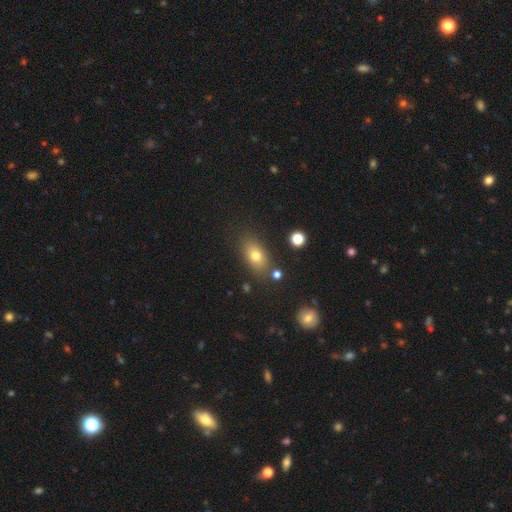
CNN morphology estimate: Q: Smooth or featured?
A: smooth (75%); runner-up: featured or disk (13%)
Q: How rounded?
A: in between (80%); runner-up: round (15%)
Q: Merging?
A: none (78%); runner-up: minor disturbance (13%)